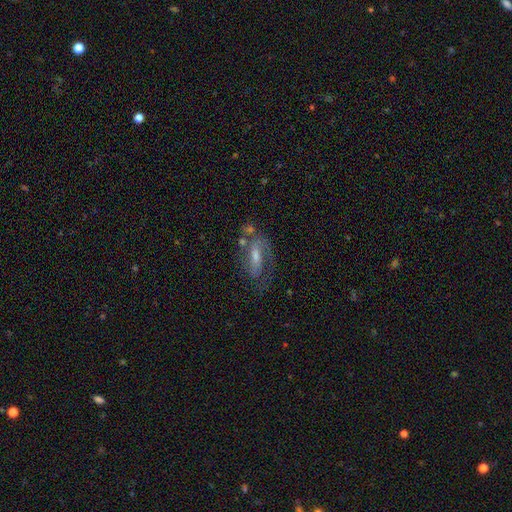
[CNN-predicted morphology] This appears to be a featured or disk galaxy (72%) with a weak bar (40%), 2 (61%) medium (46%) spiral arms (85%) and a moderate central bulge (49%). Merging: none (56%).